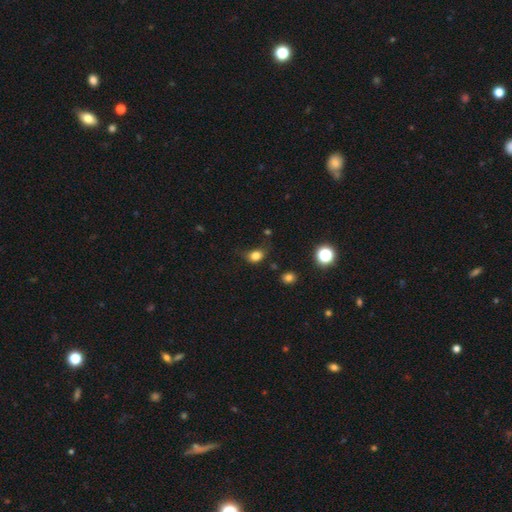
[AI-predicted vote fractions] Smooth or featured? Predicted: smooth (p=0.81). How rounded? Predicted: in between (p=0.54). Merging? Predicted: none (p=0.56).